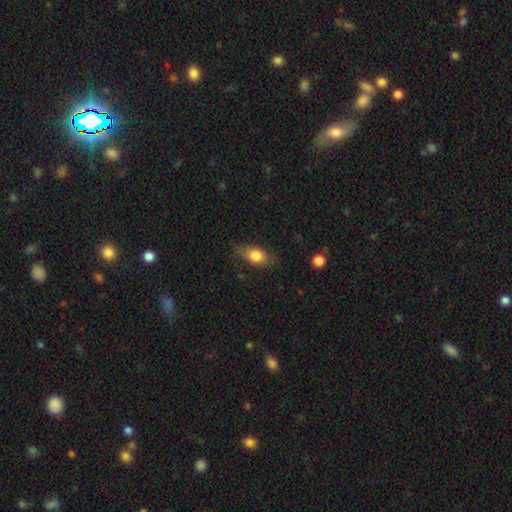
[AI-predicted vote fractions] smooth 75%, featured or disk 17%, star or artifact 8%. Down the decision tree: how rounded — in between (78%); merging — none (72%).